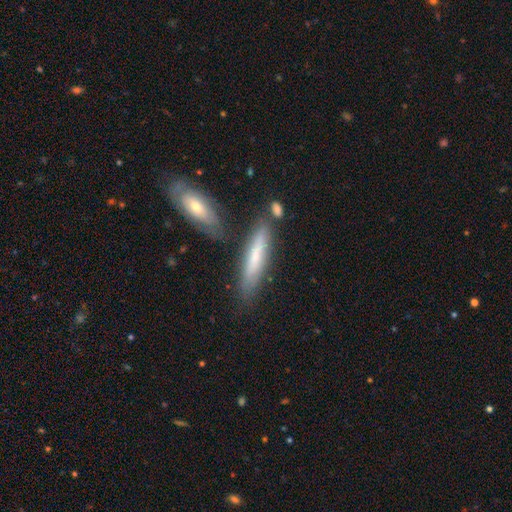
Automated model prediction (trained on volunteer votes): smooth-or-featured: smooth: 60% | featured or disk: 33% | star or artifact: 8%
  how-rounded: cigar-shaped: 81% | in between: 17% | round: 2%
  merging: none: 72% | minor disturbance: 14% | merger: 10% | major disturbance: 3%